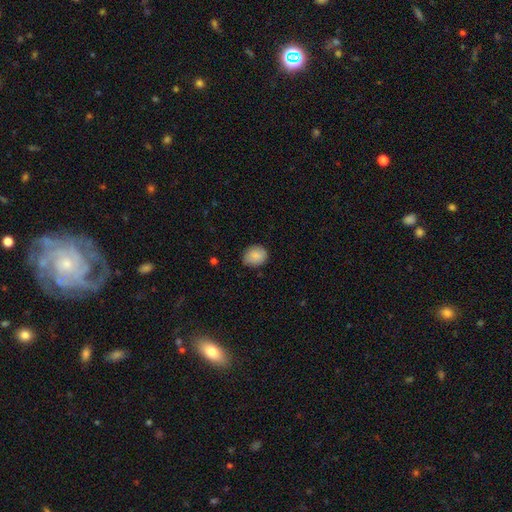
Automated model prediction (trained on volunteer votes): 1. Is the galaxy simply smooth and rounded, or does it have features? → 87% smooth, 7% star or artifact, 6% featured or disk.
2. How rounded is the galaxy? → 55% round, 44% in between, 1% cigar-shaped.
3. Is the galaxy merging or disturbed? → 79% none, 18% minor disturbance, 3% major disturbance, 1% merger.